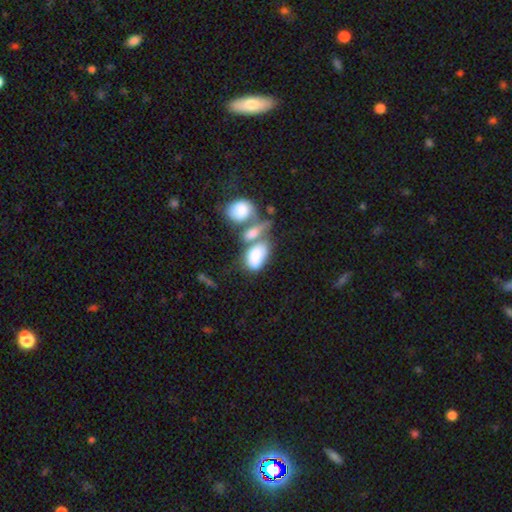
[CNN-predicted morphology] A smooth galaxy with no disk features (73%) that is in between round and cigar-shaped (91%). Merging: merger (61%).